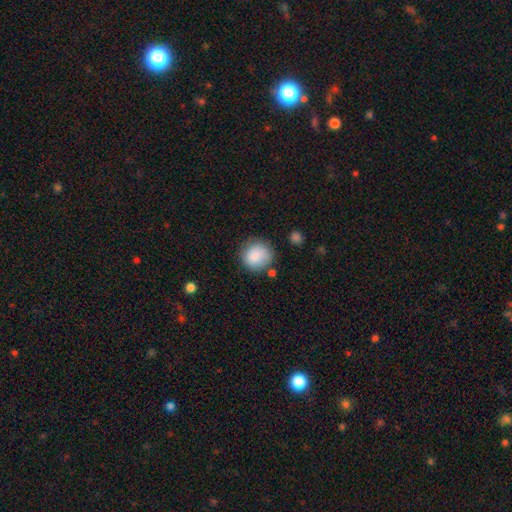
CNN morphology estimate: A smooth galaxy with no disk features (85%) that is round (90%). Merging: none (76%).